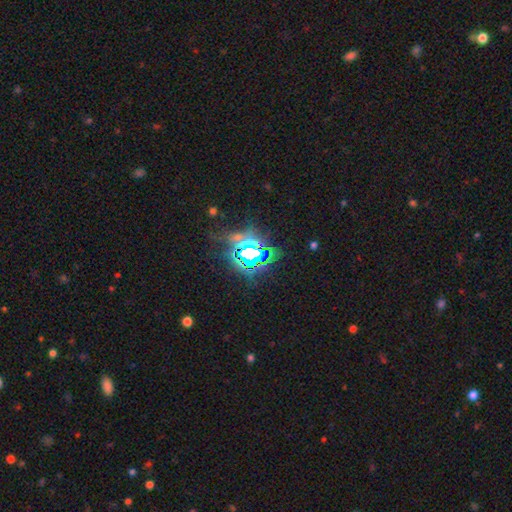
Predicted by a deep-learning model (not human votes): Smooth or featured? Predicted: star or artifact (p=0.84).